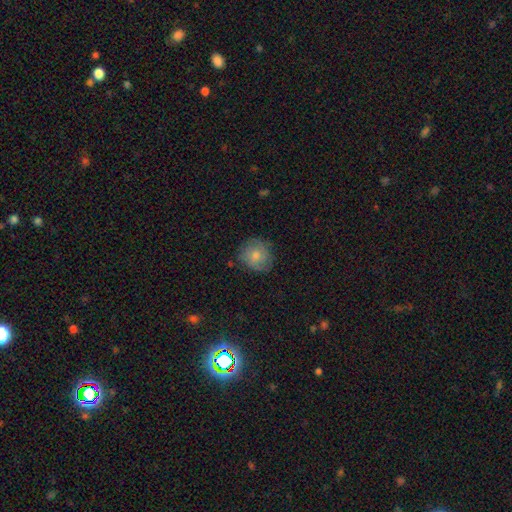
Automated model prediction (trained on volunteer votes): This is likely a smooth galaxy (71%). How rounded: clearly round (86%). Merging: likely none (76%).